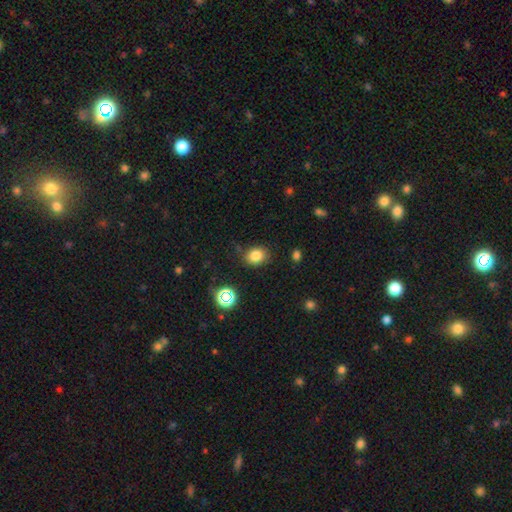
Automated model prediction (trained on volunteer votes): Smooth or featured?
  - smooth: 80% *
  - star or artifact: 14%
  - featured or disk: 6%
How rounded?
  - round: 57% *
  - in between: 42%
  - cigar-shaped: 1%
Merging?
  - none: 78% *
  - minor disturbance: 15%
  - major disturbance: 4%
  - merger: 3%